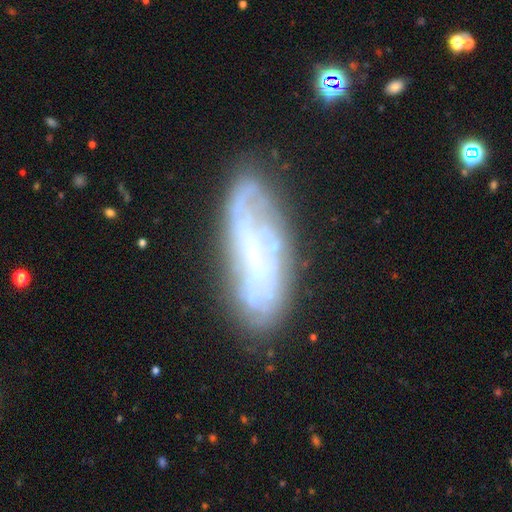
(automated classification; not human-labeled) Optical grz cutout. It shows a featured or disk galaxy (61%). Merging: none (63%).